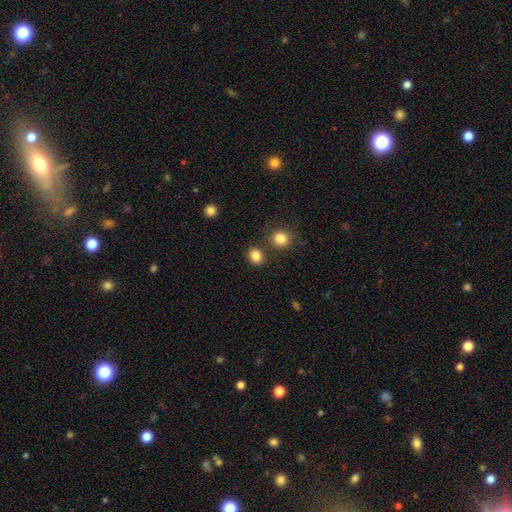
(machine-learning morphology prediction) The model was most divided on "how rounded": round: 61%, in between: 38%, cigar-shaped: 1%. More confident: smooth or featured — smooth (85%); merging — none (78%).